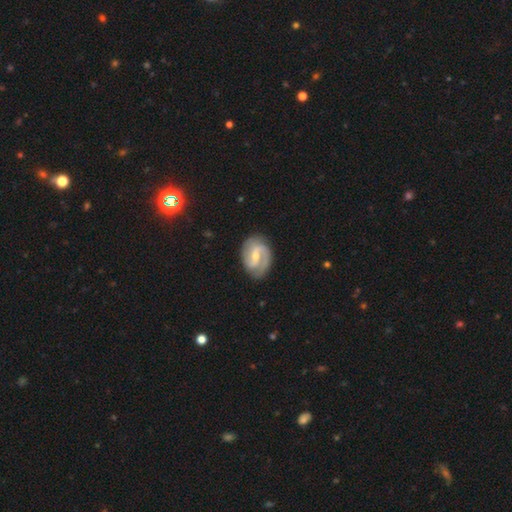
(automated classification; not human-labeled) This appears to be a featured or disk galaxy (84%) with a weak bar (50%), 2 (86%) medium (49%) spiral arms (95%) and a small central bulge (49%). Merging: none (80%).